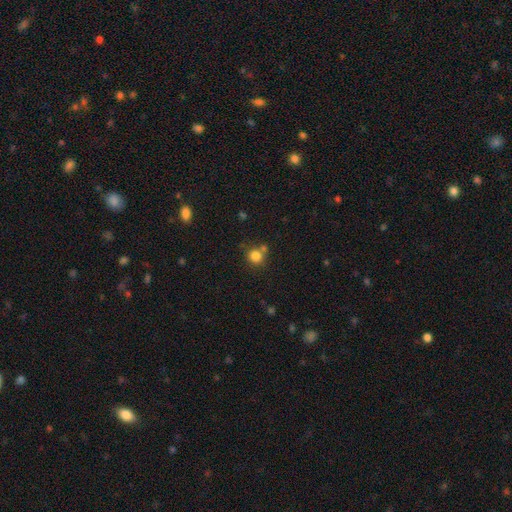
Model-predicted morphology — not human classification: Smooth or featured?
  - smooth: 81% *
  - star or artifact: 12%
  - featured or disk: 6%
How rounded?
  - round: 89% *
  - in between: 10%
  - cigar-shaped: 1%
Merging?
  - none: 64% *
  - merger: 20%
  - minor disturbance: 11%
  - major disturbance: 4%